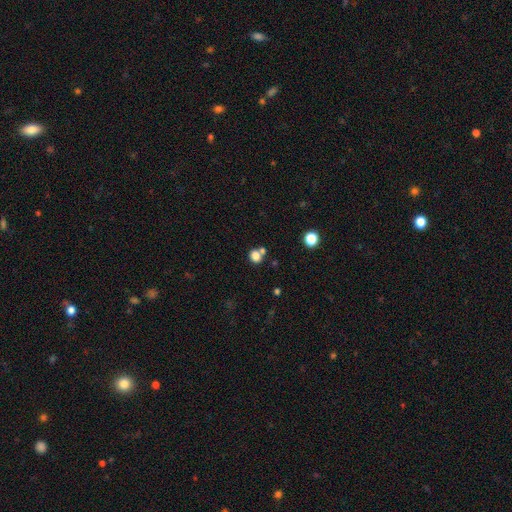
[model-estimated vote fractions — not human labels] smooth 81%, star or artifact 13%, featured or disk 6%. Down the decision tree: how rounded — round (71%); merging — none (59%).